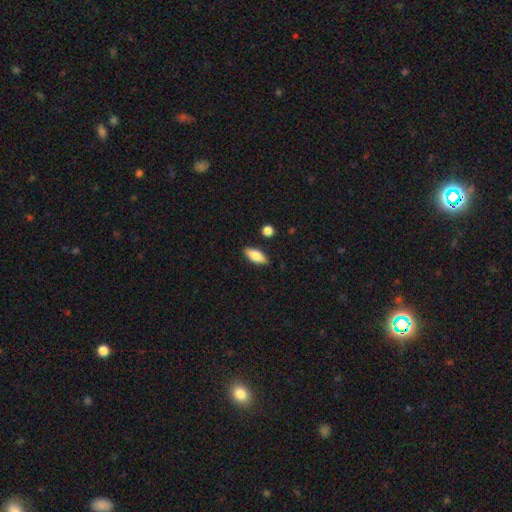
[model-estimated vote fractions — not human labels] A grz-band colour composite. It shows a smooth galaxy with no disk features (77%) that is in between round and cigar-shaped (81%). Merging: none (86%).